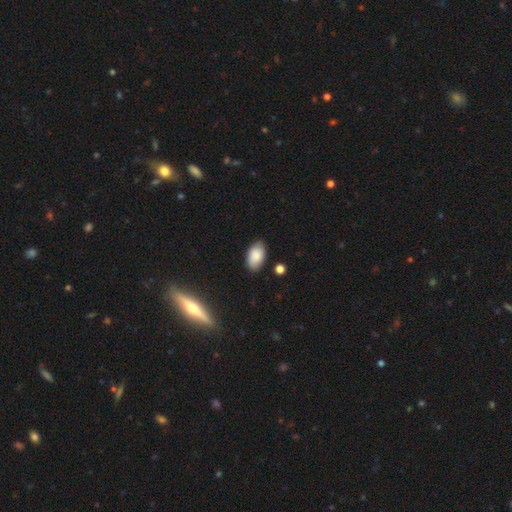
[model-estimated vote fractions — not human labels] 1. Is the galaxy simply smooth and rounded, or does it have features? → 84% smooth, 9% featured or disk, 7% star or artifact.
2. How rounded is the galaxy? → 94% in between, 5% round, 2% cigar-shaped.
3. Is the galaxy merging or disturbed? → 78% none, 17% minor disturbance, 3% major disturbance, 2% merger.